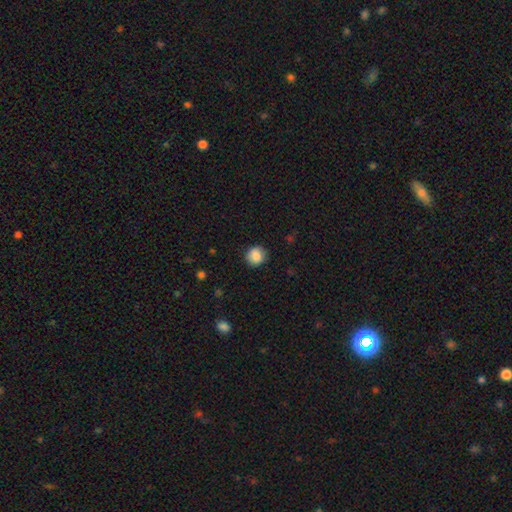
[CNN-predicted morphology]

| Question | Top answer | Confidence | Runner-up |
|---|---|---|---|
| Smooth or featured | smooth | 86% | star or artifact (9%) |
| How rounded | round | 86% | in between (13%) |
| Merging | none | 86% | minor disturbance (10%) |